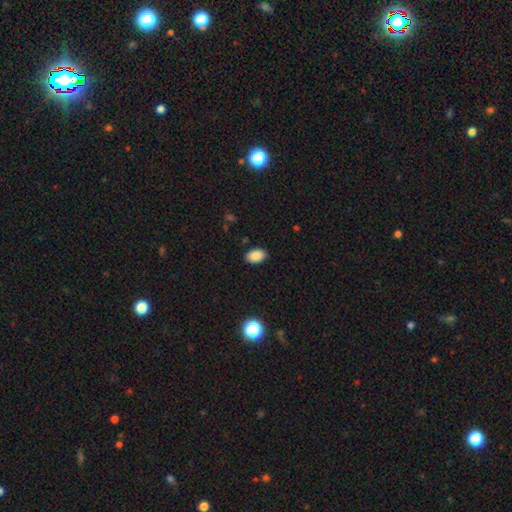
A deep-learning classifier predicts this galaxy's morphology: A smooth galaxy with no disk features (88%) that is in between round and cigar-shaped (90%).

Vote fractions:
- Smooth or featured? smooth: 88% / star or artifact: 9% / featured or disk: 3%
- How rounded? in between: 90% / round: 9% / cigar-shaped: 1%
- Merging? none: 88% / minor disturbance: 9% / major disturbance: 2% / merger: 1%